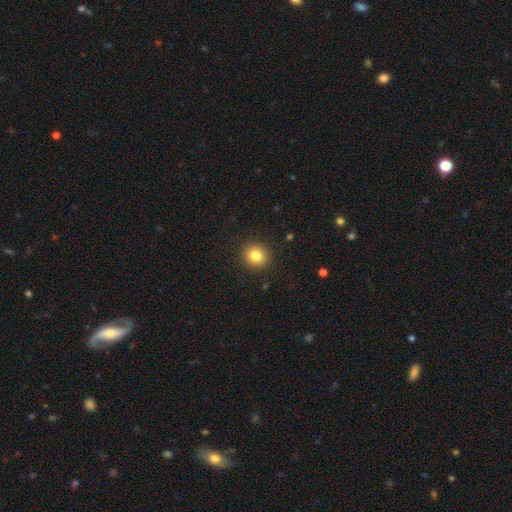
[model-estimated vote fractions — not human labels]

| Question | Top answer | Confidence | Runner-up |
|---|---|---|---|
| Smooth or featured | smooth | 83% | star or artifact (11%) |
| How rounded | round | 88% | in between (11%) |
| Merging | none | 91% | minor disturbance (6%) |